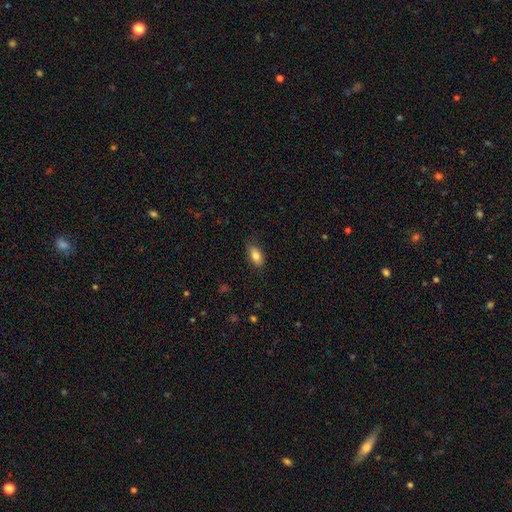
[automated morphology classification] Smooth or featured? smooth (82%)
How rounded? in between (87%)
Merging? none (81%)